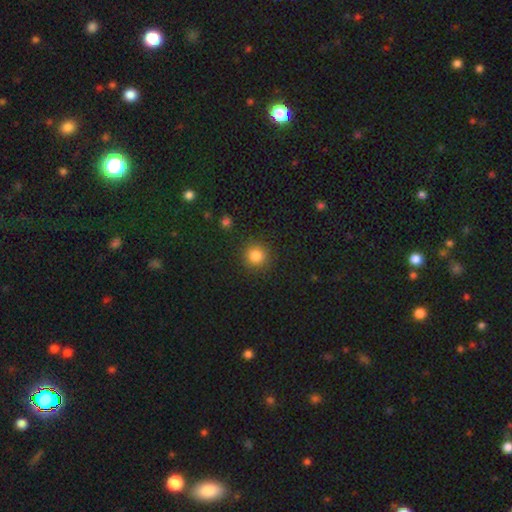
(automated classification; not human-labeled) smooth-or-featured: smooth: 83% | star or artifact: 12% | featured or disk: 5%
  how-rounded: round: 93% | in between: 6% | cigar-shaped: 1%
  merging: none: 89% | minor disturbance: 7% | major disturbance: 2% | merger: 2%